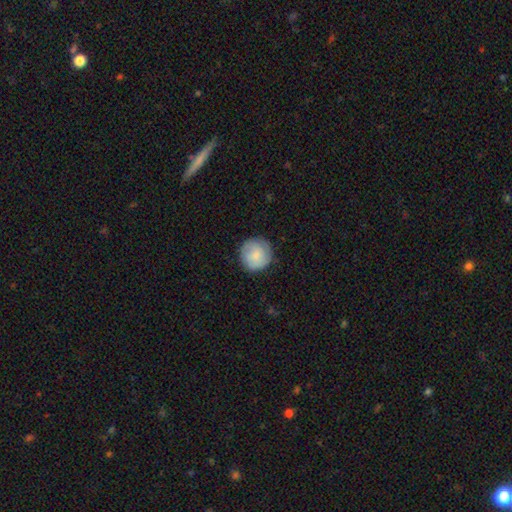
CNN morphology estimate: Smooth or featured? Predicted: smooth (p=0.78). How rounded? Predicted: round (p=0.95). Merging? Predicted: none (p=0.84).